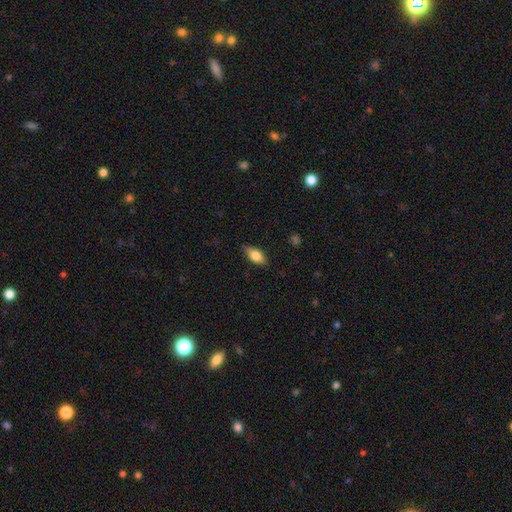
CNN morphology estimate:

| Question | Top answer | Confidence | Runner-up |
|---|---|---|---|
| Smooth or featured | smooth | 81% | featured or disk (12%) |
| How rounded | in between | 87% | cigar-shaped (10%) |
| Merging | none | 83% | minor disturbance (13%) |